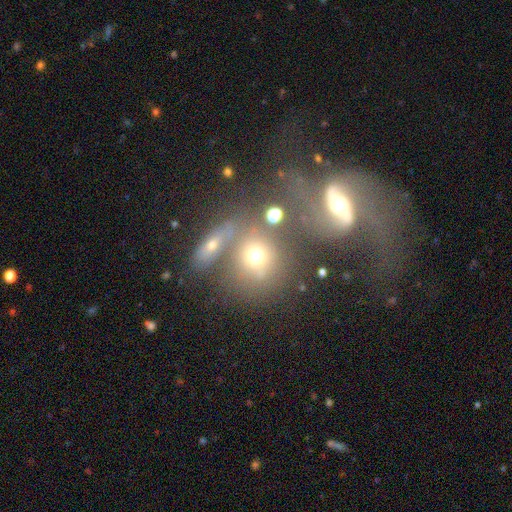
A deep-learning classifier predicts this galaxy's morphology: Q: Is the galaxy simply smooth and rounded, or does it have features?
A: smooth — 64%.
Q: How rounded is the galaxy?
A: round — 76%.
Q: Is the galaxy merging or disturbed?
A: none — 46%.